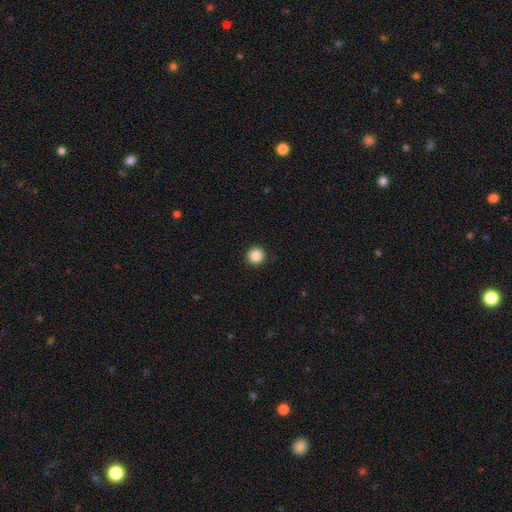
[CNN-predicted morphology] Q: Smooth or featured?
A: smooth (87%); runner-up: star or artifact (10%)
Q: How rounded?
A: round (96%); runner-up: in between (3%)
Q: Merging?
A: none (92%); runner-up: minor disturbance (5%)